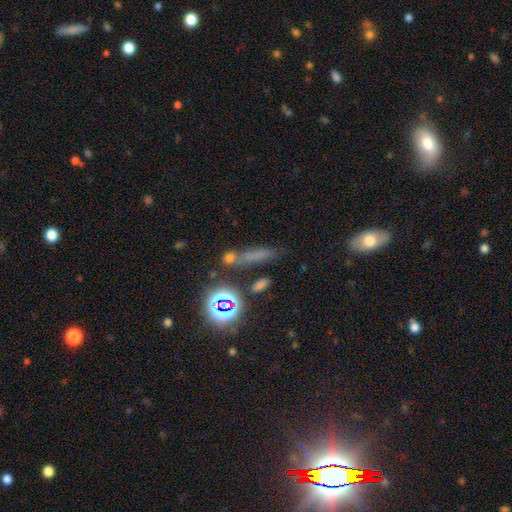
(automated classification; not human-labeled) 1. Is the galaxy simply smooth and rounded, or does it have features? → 53% smooth, 31% star or artifact, 16% featured or disk.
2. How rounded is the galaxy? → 71% cigar-shaped, 18% in between, 11% round.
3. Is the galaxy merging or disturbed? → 62% none, 16% merger, 15% minor disturbance, 8% major disturbance.